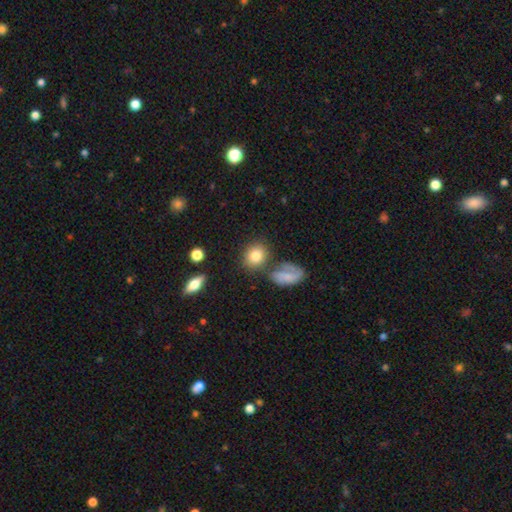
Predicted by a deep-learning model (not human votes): Q: Smooth or featured?
A: smooth (79%); runner-up: featured or disk (12%)
Q: How rounded?
A: round (68%); runner-up: in between (30%)
Q: Merging?
A: none (66%); runner-up: merger (14%)